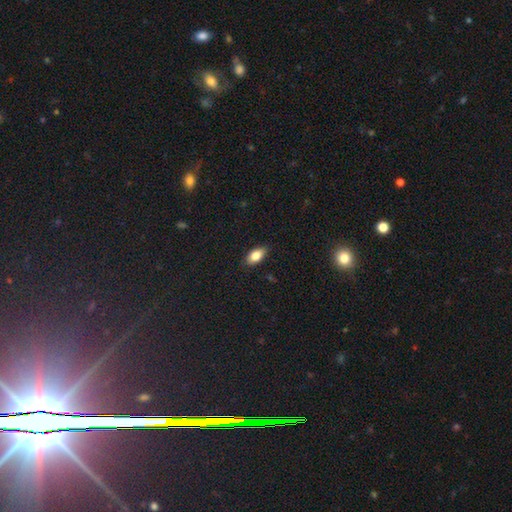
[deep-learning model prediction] Morphology: type=smooth (81%); roundness=in between (89%); merging=none (85%).